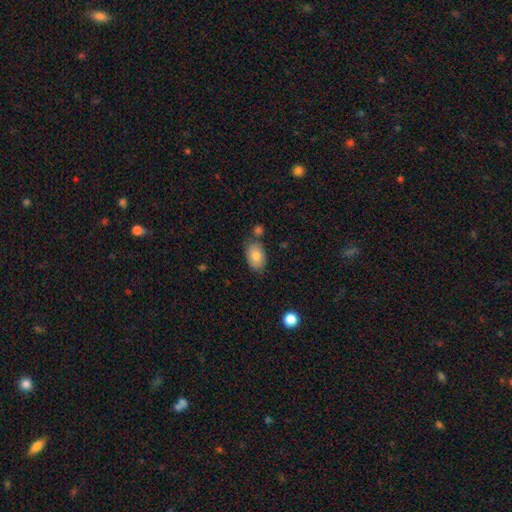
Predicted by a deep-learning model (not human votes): A smooth galaxy with no disk features (81%) that is in between round and cigar-shaped (90%).

Vote fractions:
- Smooth or featured? smooth: 81% / featured or disk: 13% / star or artifact: 7%
- How rounded? in between: 90% / round: 9% / cigar-shaped: 1%
- Merging? none: 69% / minor disturbance: 18% / merger: 10% / major disturbance: 4%